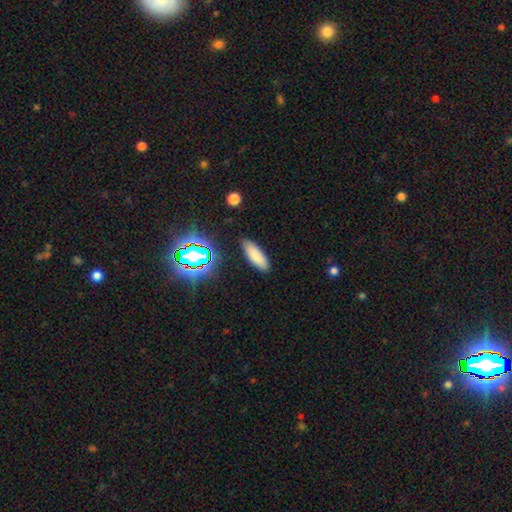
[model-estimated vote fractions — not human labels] This appears to be a smooth galaxy with no disk features (80%) that is in between round and cigar-shaped (59%). Merging: none (87%).